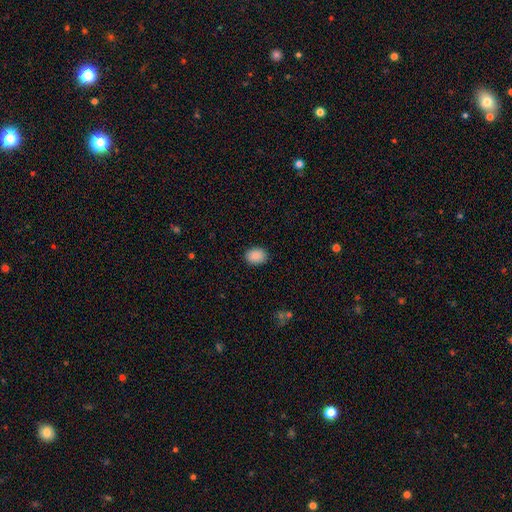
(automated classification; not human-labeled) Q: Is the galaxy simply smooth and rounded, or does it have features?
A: smooth — 89%.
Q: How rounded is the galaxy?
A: in between — 68%.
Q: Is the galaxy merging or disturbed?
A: none — 89%.